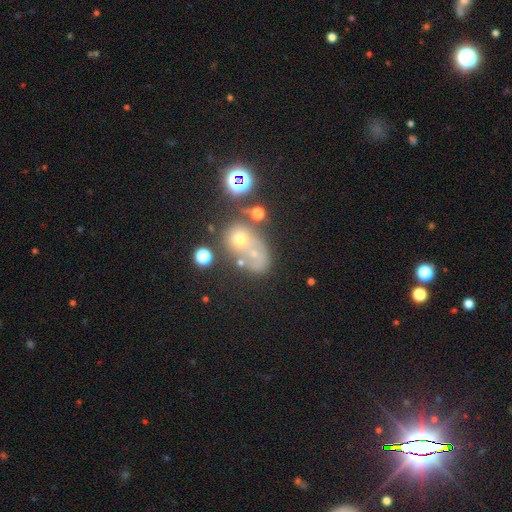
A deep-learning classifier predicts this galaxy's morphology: Q: Smooth or featured?
A: smooth (48%); runner-up: star or artifact (27%)
Q: Merging?
A: merger (46%); runner-up: none (28%)